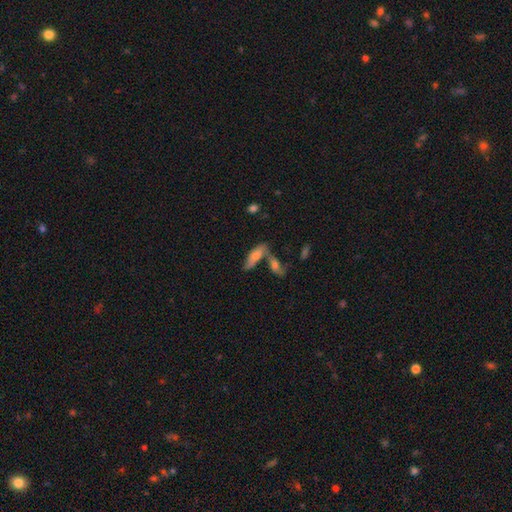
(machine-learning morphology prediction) Smooth or featured?
  - smooth: 60% *
  - featured or disk: 31%
  - star or artifact: 9%
How rounded?
  - in between: 61% *
  - cigar-shaped: 37%
  - round: 3%
Merging?
  - merger: 50% *
  - none: 31%
  - minor disturbance: 12%
  - major disturbance: 7%